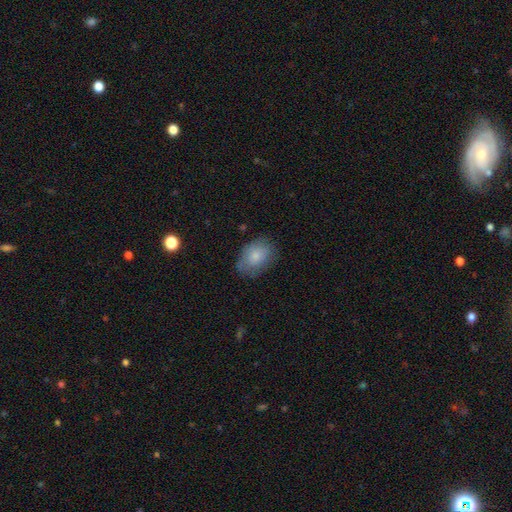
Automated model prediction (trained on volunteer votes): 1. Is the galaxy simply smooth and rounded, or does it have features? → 78% smooth, 15% featured or disk, 7% star or artifact.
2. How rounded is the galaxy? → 79% in between, 20% round, 1% cigar-shaped.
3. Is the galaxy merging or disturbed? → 71% none, 21% minor disturbance, 6% major disturbance, 1% merger.